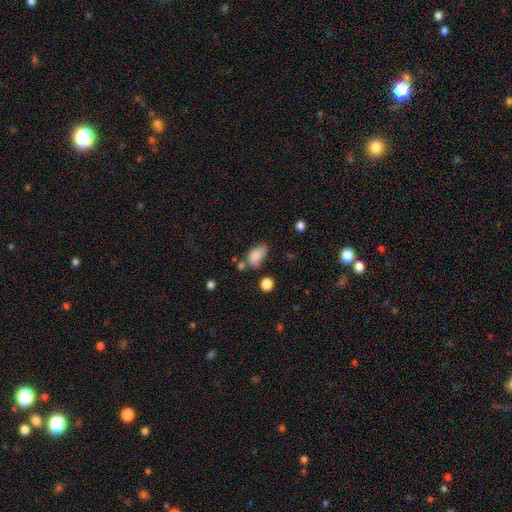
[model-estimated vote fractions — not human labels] Smooth or featured?
  - smooth: 84% *
  - star or artifact: 9%
  - featured or disk: 7%
How rounded?
  - in between: 90% *
  - round: 7%
  - cigar-shaped: 3%
Merging?
  - none: 48% *
  - minor disturbance: 31%
  - merger: 11%
  - major disturbance: 10%